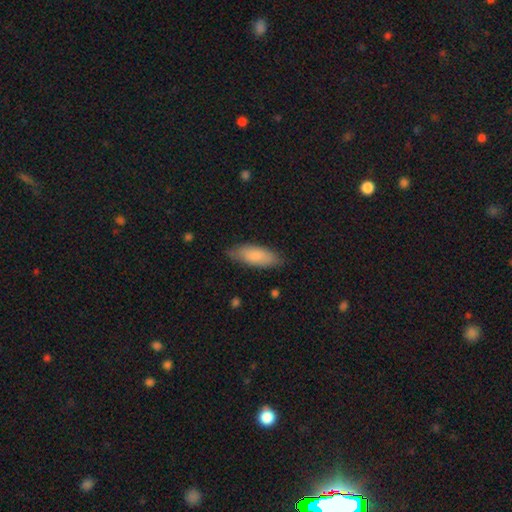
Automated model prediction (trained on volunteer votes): Q: Smooth or featured?
A: smooth (84%); runner-up: featured or disk (10%)
Q: How rounded?
A: in between (71%); runner-up: cigar-shaped (27%)
Q: Merging?
A: none (80%); runner-up: minor disturbance (16%)